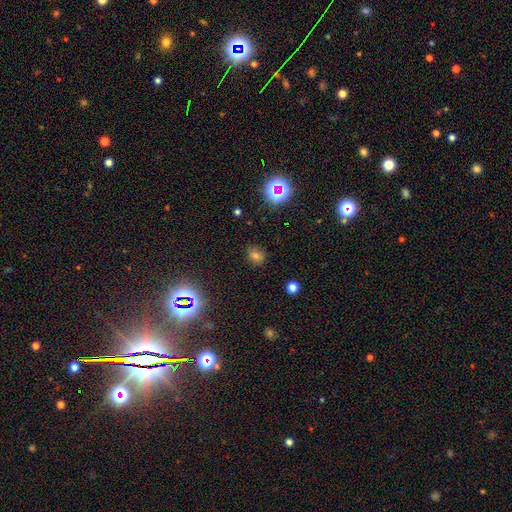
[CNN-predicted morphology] The model was most divided on "how rounded": round: 67%, in between: 31%, cigar-shaped: 1%. More confident: merging — none (85%); smooth or featured — smooth (67%).